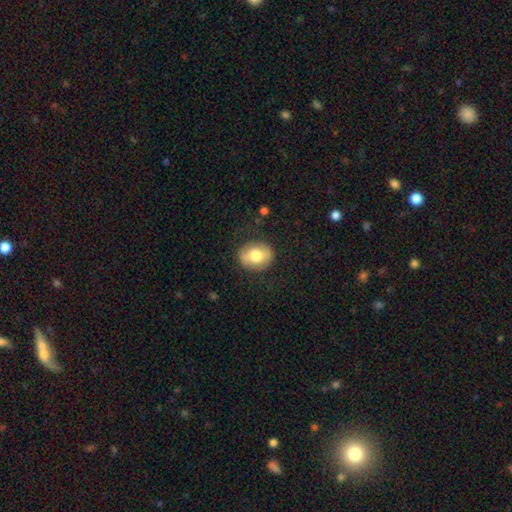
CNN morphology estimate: This appears to be a smooth galaxy with no disk features (70%) that is in between round and cigar-shaped (50%). Merging: none (85%).